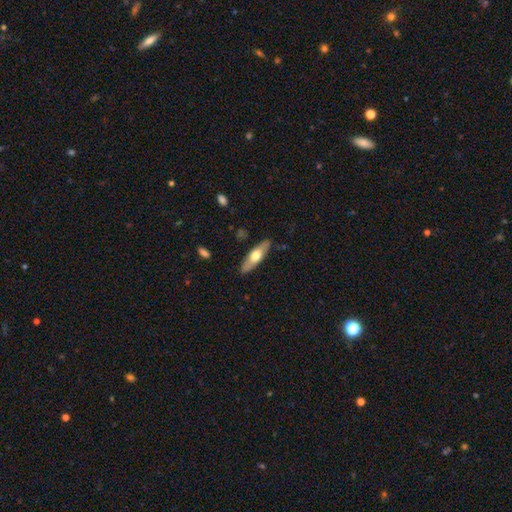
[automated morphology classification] smooth 54%, featured or disk 40%, star or artifact 5%. Down the decision tree: how rounded — cigar-shaped (54%); merging — none (86%).